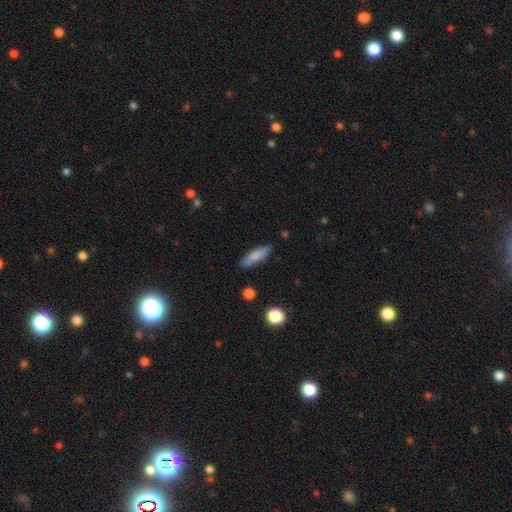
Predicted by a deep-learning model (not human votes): This appears to be a smooth galaxy with no disk features (76%) that is cigar-shaped (56%). Merging: none (83%).